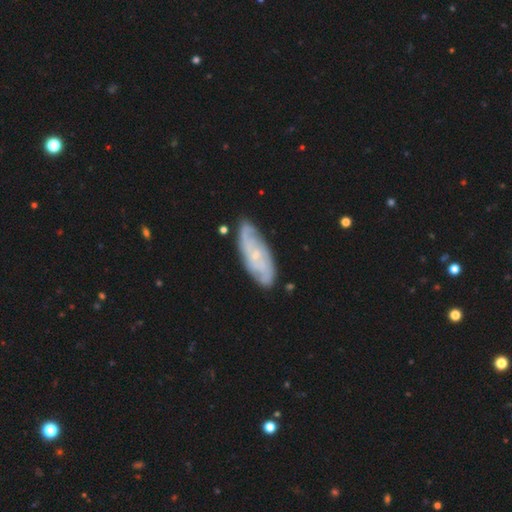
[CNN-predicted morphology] Q: Smooth or featured?
A: featured or disk (71%); runner-up: smooth (23%)
Q: Edge-on disk?
A: no (88%); runner-up: yes (12%)
Q: Bar?
A: no (71%); runner-up: weak (25%)
Q: Spiral arms?
A: yes (89%); runner-up: no (11%)
Q: Spiral winding?
A: tight (51%); runner-up: medium (35%)
Q: Spiral arm count?
A: can't tell (43%); runner-up: 2 (27%)
Q: Bulge size?
A: small (77%); runner-up: moderate (17%)
Q: Merging?
A: none (77%); runner-up: minor disturbance (17%)